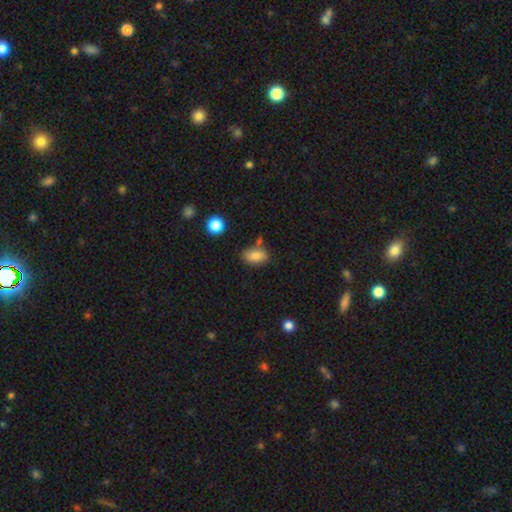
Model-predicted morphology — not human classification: A smooth galaxy with no disk features (83%) that is in between round and cigar-shaped (89%).

Vote fractions:
- Smooth or featured? smooth: 83% / star or artifact: 9% / featured or disk: 8%
- How rounded? in between: 89% / round: 9% / cigar-shaped: 2%
- Merging? none: 71% / minor disturbance: 17% / merger: 9% / major disturbance: 4%